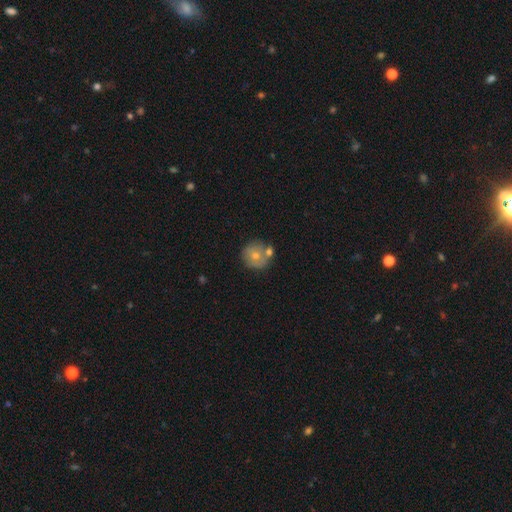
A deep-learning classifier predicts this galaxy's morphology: smooth 64%, featured or disk 28%, star or artifact 8%. Down the decision tree: how rounded — round (89%); merging — none (56%).